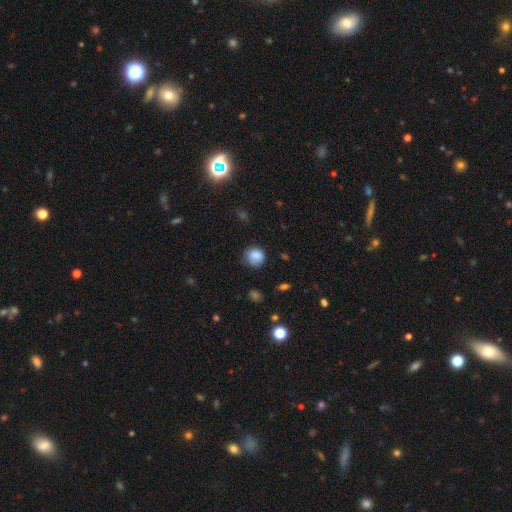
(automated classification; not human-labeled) Overall: smooth (84%). How rounded: round (81%). Merging: none (63%; minor disturbance 26%).